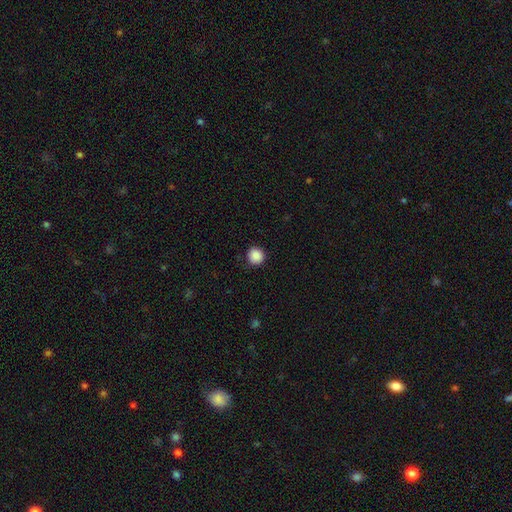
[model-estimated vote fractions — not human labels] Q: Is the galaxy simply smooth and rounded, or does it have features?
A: smooth — 89%.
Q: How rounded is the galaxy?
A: round — 93%.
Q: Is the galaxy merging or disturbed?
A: none — 88%.